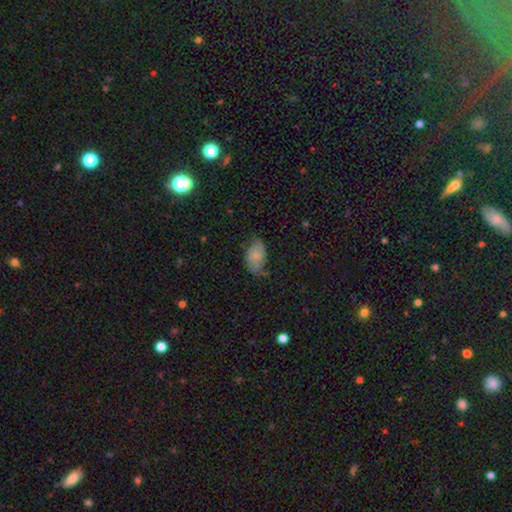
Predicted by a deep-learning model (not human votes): Overall: smooth (60%; featured or disk 31%). How rounded: in between (90%). Merging: none (48%; minor disturbance 36%).